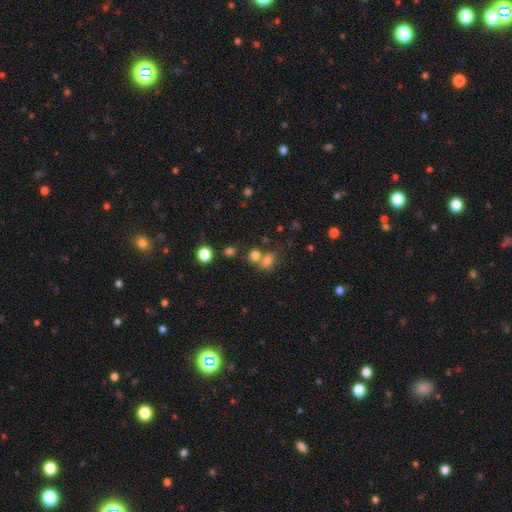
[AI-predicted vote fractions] Smooth or featured: smooth — 74% (star or artifact — 16%)
How rounded: round — 54% (in between — 45%)
Merging: none — 43% (tied with merger — 43%)